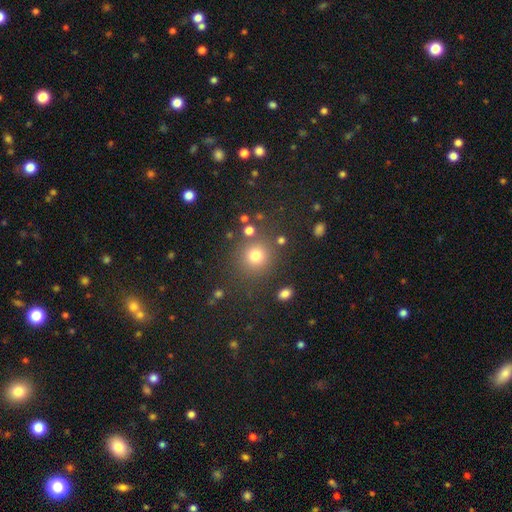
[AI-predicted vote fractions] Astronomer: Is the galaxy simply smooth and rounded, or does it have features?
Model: smooth — 77%.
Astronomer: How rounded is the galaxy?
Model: round — 89%.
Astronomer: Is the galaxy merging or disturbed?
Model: none — 80%.